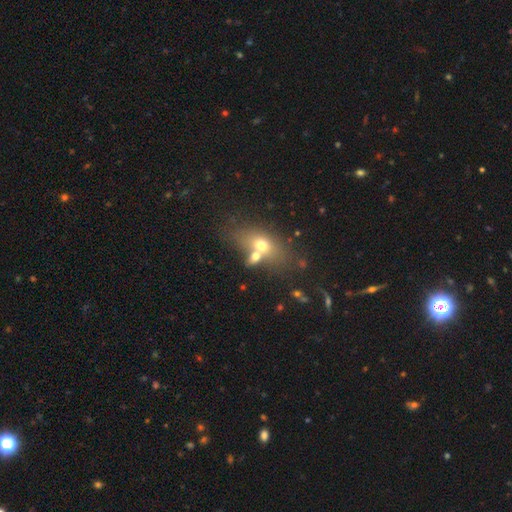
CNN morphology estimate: Overall: smooth (62%; featured or disk 27%). How rounded: in between (71%). Merging: merger (48%; none 36%).